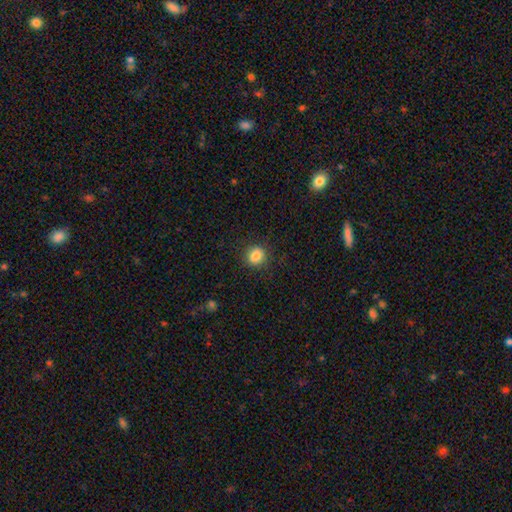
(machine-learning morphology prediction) A smooth galaxy with no disk features (85%) that is round (85%). Merging: none (89%).